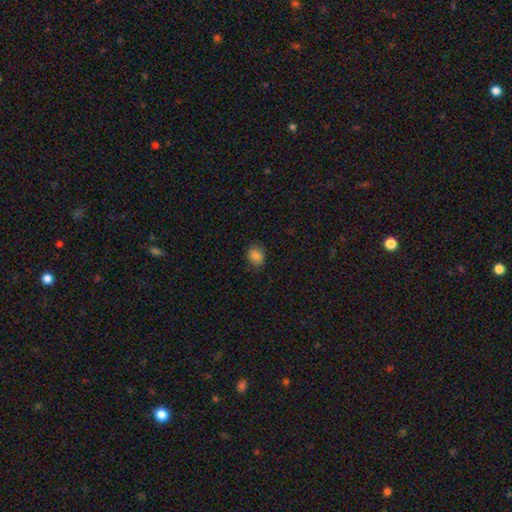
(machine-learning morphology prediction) Overall: smooth (84%). How rounded: round (53%; in between 46%). Merging: none (80%).